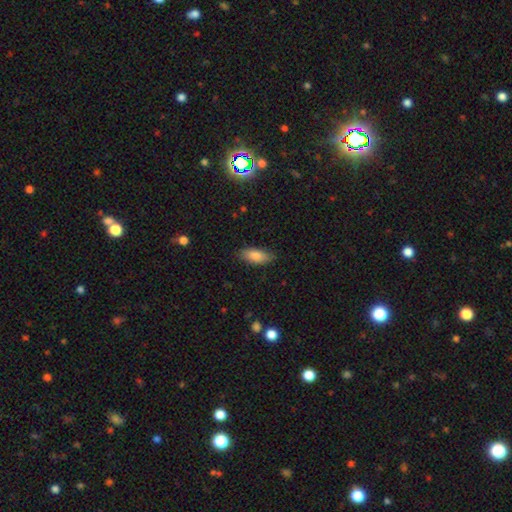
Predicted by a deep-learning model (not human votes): Smooth or featured?
  - smooth: 83% *
  - featured or disk: 10%
  - star or artifact: 7%
How rounded?
  - in between: 83% *
  - cigar-shaped: 15%
  - round: 2%
Merging?
  - none: 83% *
  - minor disturbance: 13%
  - major disturbance: 3%
  - merger: 1%